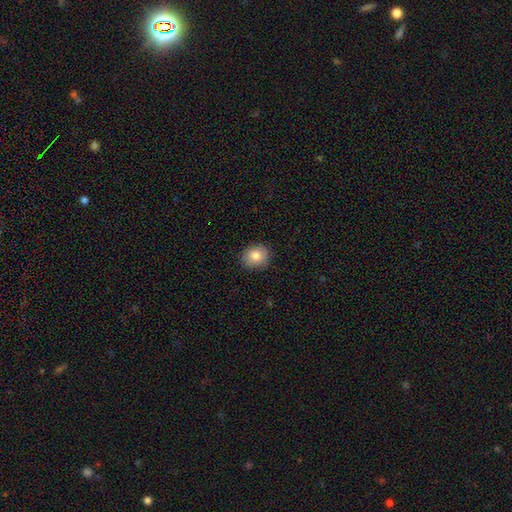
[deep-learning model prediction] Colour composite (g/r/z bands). It shows a smooth galaxy with no disk features (83%) that is round (74%). Merging: none (89%).